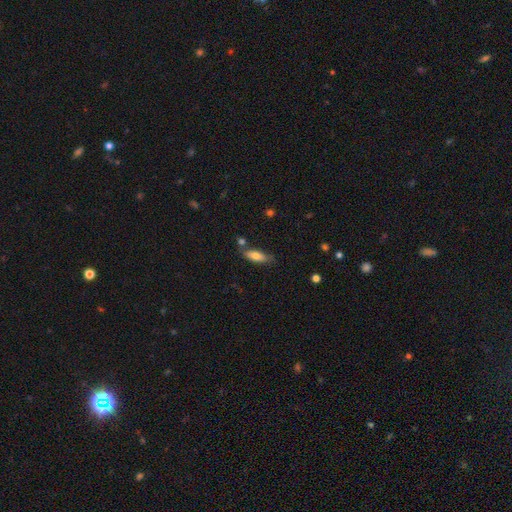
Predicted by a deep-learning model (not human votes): Smooth or featured: smooth — 74% (featured or disk — 19%)
How rounded: in between — 50% (cigar-shaped — 47%)
Merging: none — 71% (minor disturbance — 17%)